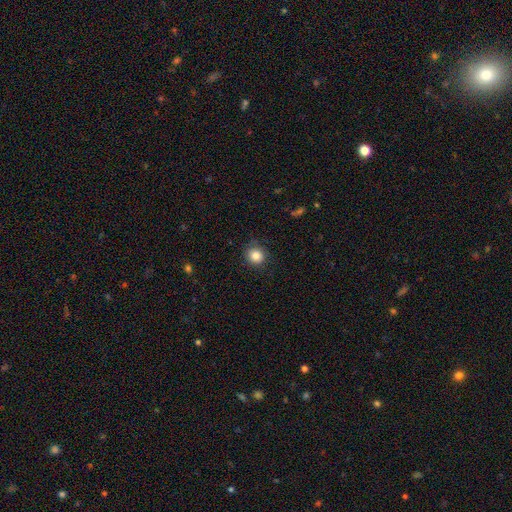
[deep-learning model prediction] smooth 85%, star or artifact 10%, featured or disk 5%. Down the decision tree: how rounded — round (89%); merging — none (83%).